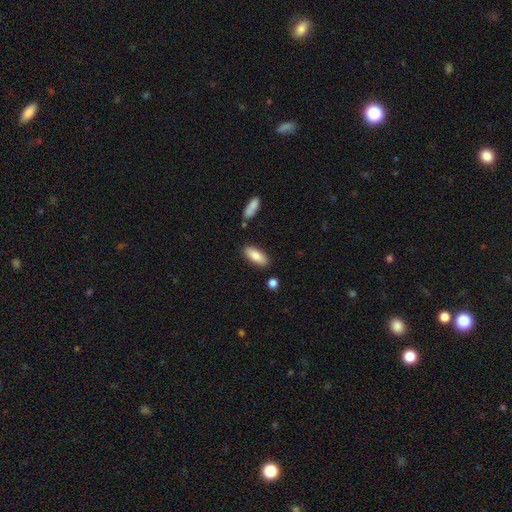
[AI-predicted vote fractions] Smooth or featured? Predicted: smooth (p=0.84). How rounded? Predicted: in between (p=0.77). Merging? Predicted: none (p=0.84).